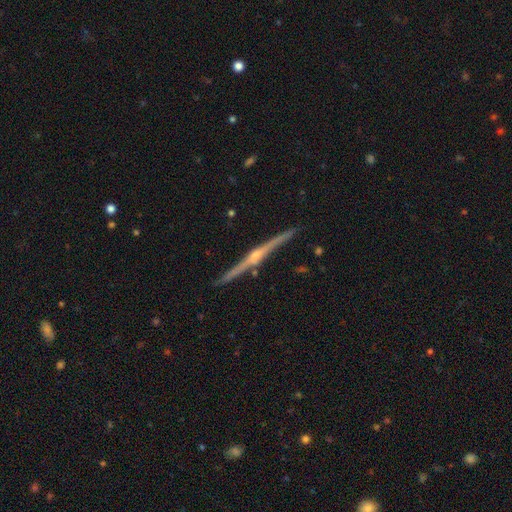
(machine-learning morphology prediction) Overall: featured or disk (88%). Edge-on disk: yes (98%). Edge-on bulge: rounded (87%). Merging: none (90%).